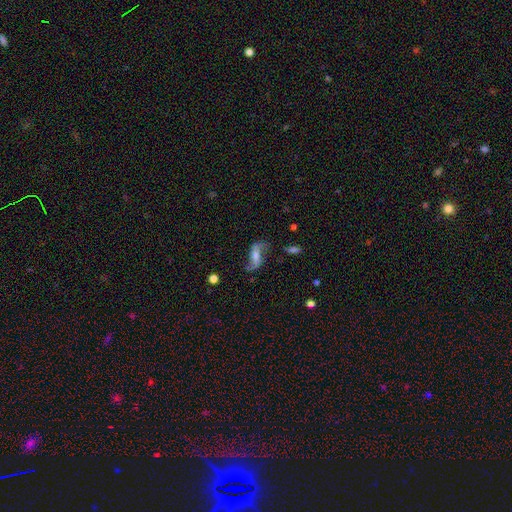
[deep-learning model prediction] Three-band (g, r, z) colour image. It shows a featured or disk galaxy (79%) with a weak bar (37%), 2 (91%) loose (85%) spiral arms (93%) and a moderate central bulge (42%). Merging: none (66%).